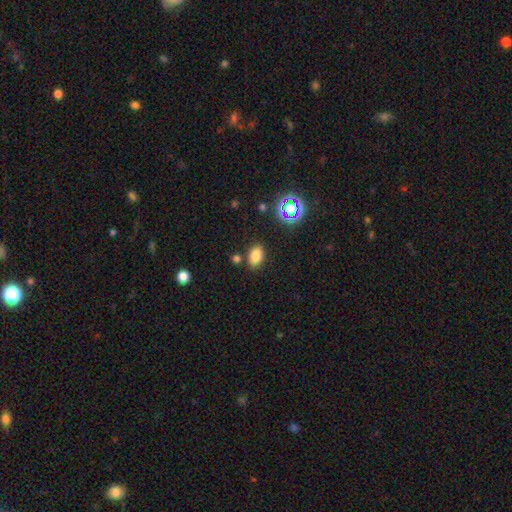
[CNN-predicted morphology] Overall: smooth (78%). How rounded: in between (83%). Merging: none (80%).